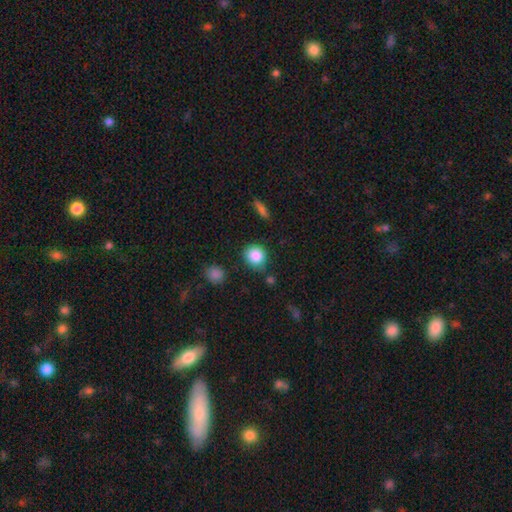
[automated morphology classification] smooth_or_featured: smooth (p=0.86) [alt: star or artifact p=0.09]
how_rounded: round (p=0.85) [alt: in between p=0.14]
merging: none (p=0.75) [alt: minor disturbance p=0.16]